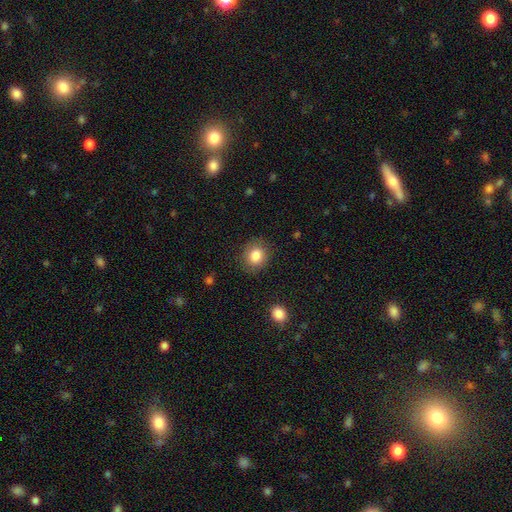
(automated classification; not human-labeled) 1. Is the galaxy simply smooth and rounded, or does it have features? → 84% smooth, 9% star or artifact, 7% featured or disk.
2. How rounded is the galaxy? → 75% round, 24% in between, 1% cigar-shaped.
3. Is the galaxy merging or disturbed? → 85% none, 10% minor disturbance, 3% major disturbance, 1% merger.